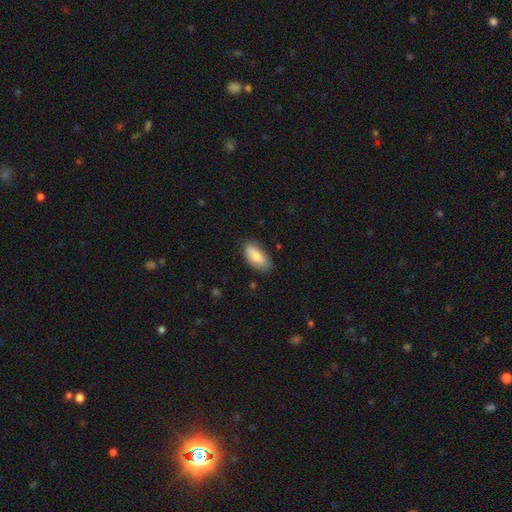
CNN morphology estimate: Smooth or featured: smooth — 84% (featured or disk — 10%)
How rounded: in between — 89% (cigar-shaped — 9%)
Merging: none — 76% (minor disturbance — 19%)